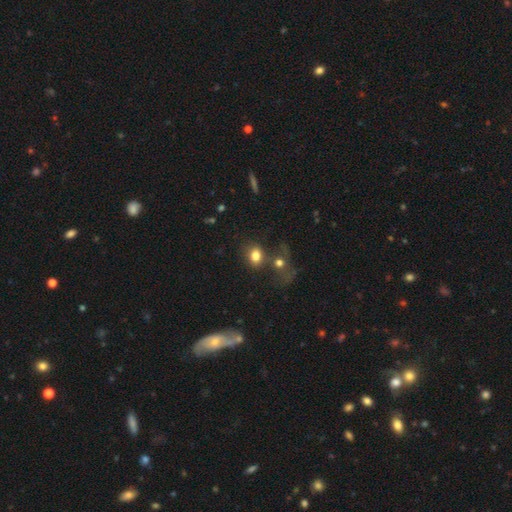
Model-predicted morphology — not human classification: This appears to be a smooth galaxy with no disk features (78%) that is in between round and cigar-shaped (56%). Merging: none (47%).